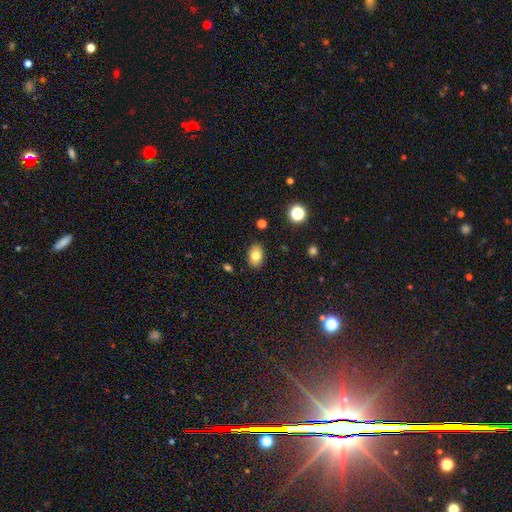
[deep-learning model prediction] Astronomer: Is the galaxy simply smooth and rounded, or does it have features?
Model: smooth — 80%.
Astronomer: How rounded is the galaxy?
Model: in between — 83%.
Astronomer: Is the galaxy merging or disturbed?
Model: none — 88%.